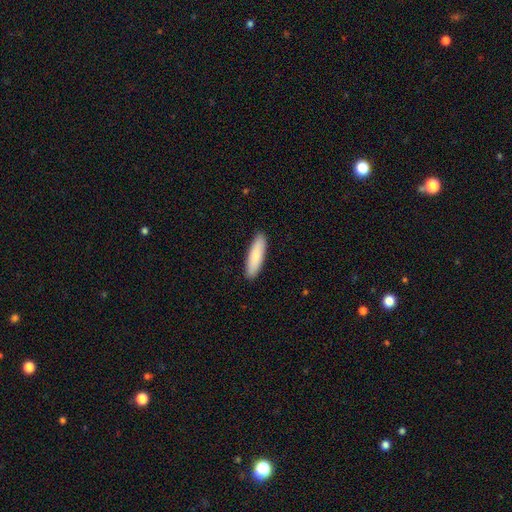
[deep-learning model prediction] The model was most divided on "how rounded": cigar-shaped: 67%, in between: 32%, round: 1%. More confident: merging — none (91%); smooth or featured — smooth (85%).